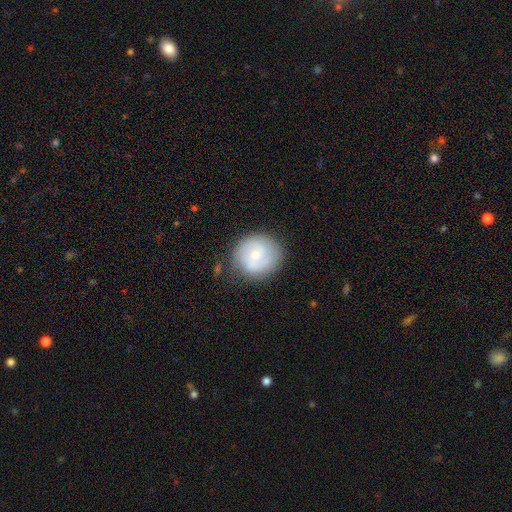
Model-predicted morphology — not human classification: The model was most divided on "smooth or featured": smooth: 56%, featured or disk: 37%, star or artifact: 7%. More confident: how rounded — round (90%); merging — none (74%).